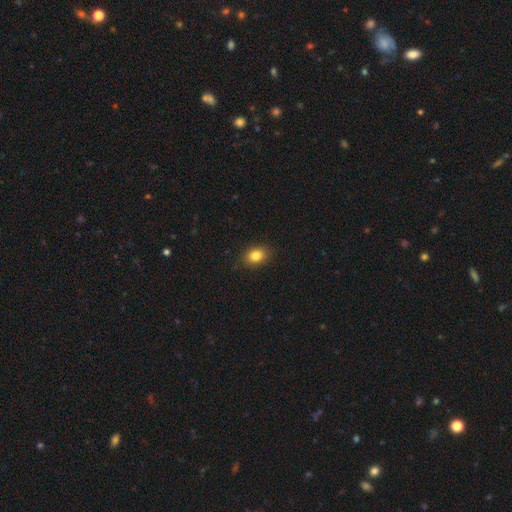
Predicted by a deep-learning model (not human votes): Morphology: type=smooth (83%); roundness=in between (72%); merging=none (88%).